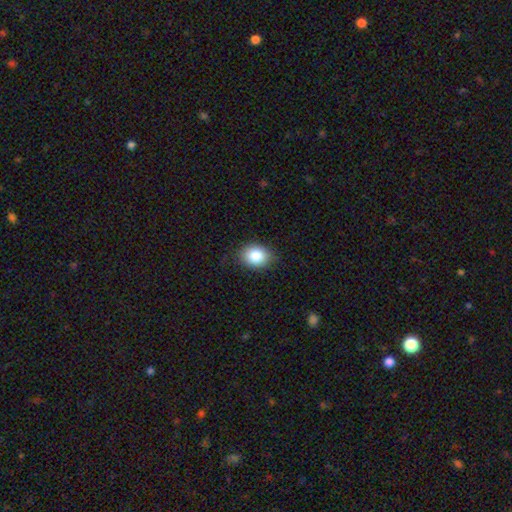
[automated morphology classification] smooth_or_featured: smooth (p=0.85) [alt: star or artifact p=0.09]
how_rounded: in between (p=0.50) [alt: round p=0.49]
merging: none (p=0.83) [alt: minor disturbance p=0.13]